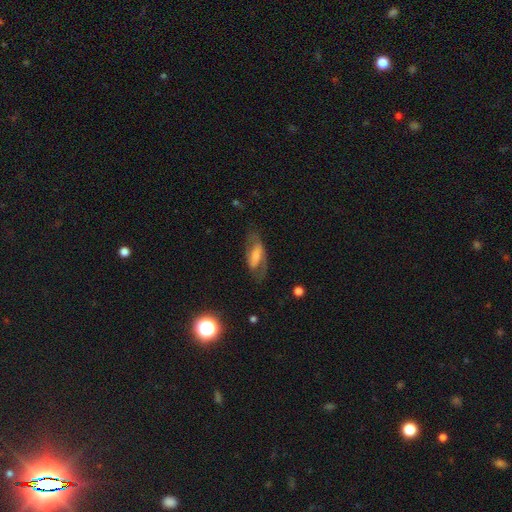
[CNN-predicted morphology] This appears to be a featured or disk galaxy (59%) with a strong bar (40%), spiral arms (69%) and a moderate central bulge (38%). Merging: none (63%).